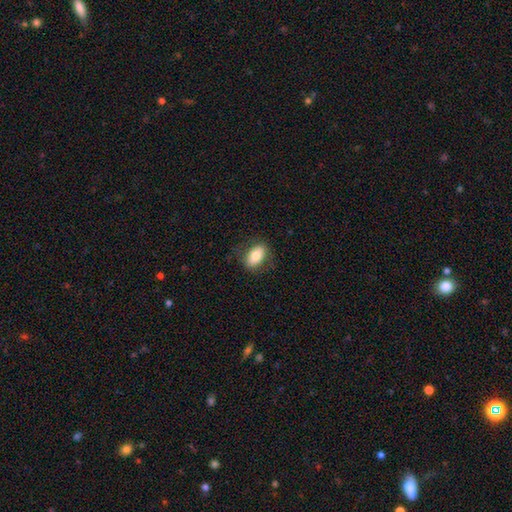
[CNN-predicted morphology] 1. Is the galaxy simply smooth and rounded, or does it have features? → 77% smooth, 16% featured or disk, 7% star or artifact.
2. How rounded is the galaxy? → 89% in between, 9% round, 2% cigar-shaped.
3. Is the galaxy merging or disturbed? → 78% none, 15% minor disturbance, 5% major disturbance, 1% merger.